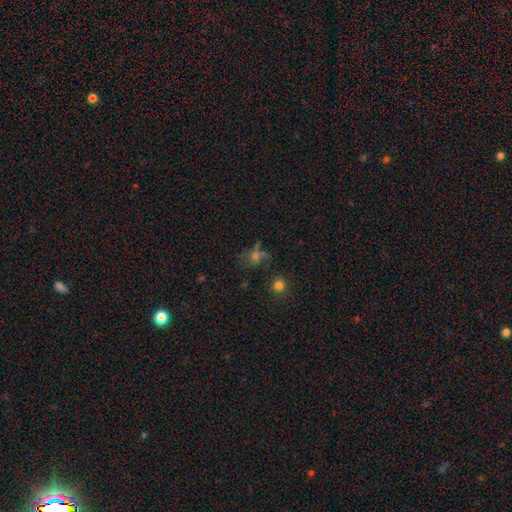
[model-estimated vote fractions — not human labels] A smooth galaxy with no disk features (43%).

Vote fractions:
- Smooth or featured? smooth: 43% / star or artifact: 35% / featured or disk: 22%
- Merging? none: 51% / minor disturbance: 17% / major disturbance: 16% / merger: 16%